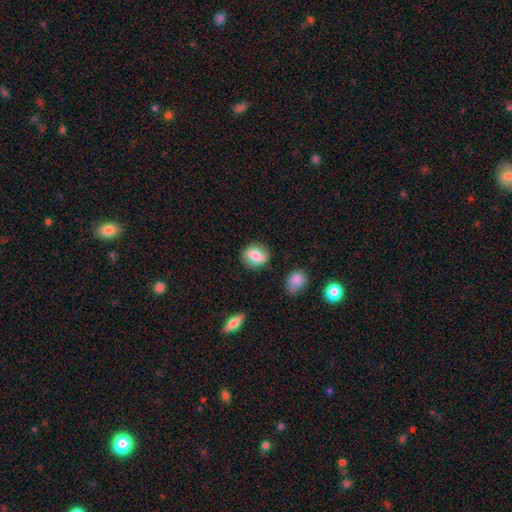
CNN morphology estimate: Smooth or featured?
  - smooth: 79% *
  - featured or disk: 13%
  - star or artifact: 8%
How rounded?
  - round: 67% *
  - in between: 32%
  - cigar-shaped: 1%
Merging?
  - none: 84% *
  - minor disturbance: 11%
  - major disturbance: 3%
  - merger: 3%